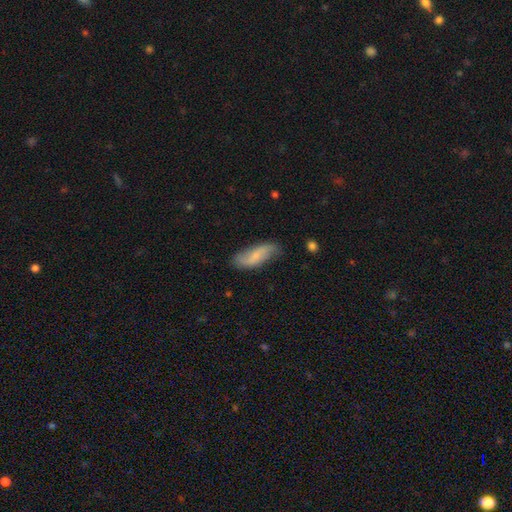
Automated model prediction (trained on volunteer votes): smooth-or-featured: smooth: 50% | featured or disk: 43% | star or artifact: 7%
  merging: none: 75% | minor disturbance: 19% | major disturbance: 4% | merger: 2%